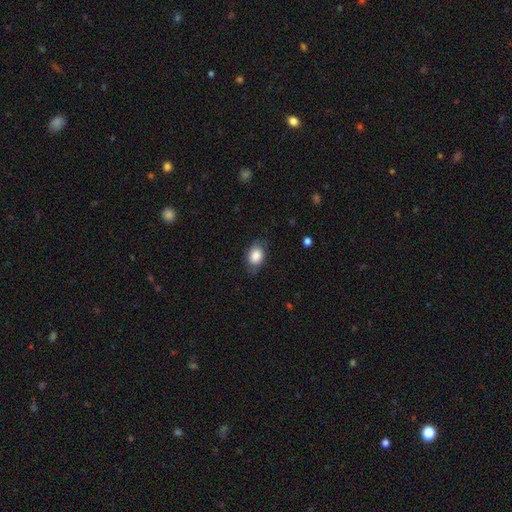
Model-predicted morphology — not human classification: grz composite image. It shows a smooth galaxy with no disk features (78%) that is in between round and cigar-shaped (81%). Merging: none (74%).